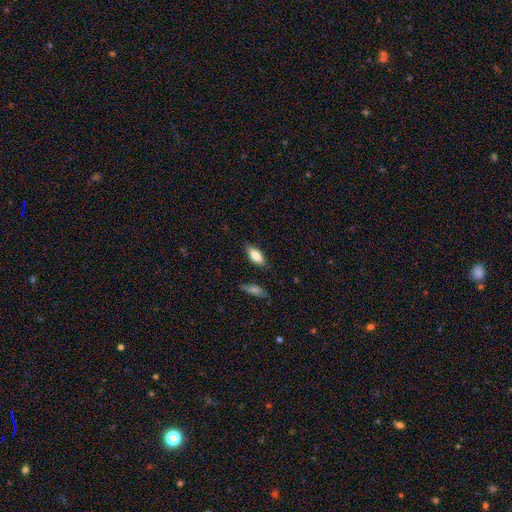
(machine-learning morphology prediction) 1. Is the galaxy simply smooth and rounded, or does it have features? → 82% smooth, 11% featured or disk, 7% star or artifact.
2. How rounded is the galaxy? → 83% in between, 15% cigar-shaped, 2% round.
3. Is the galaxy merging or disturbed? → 82% none, 13% minor disturbance, 3% major disturbance, 2% merger.